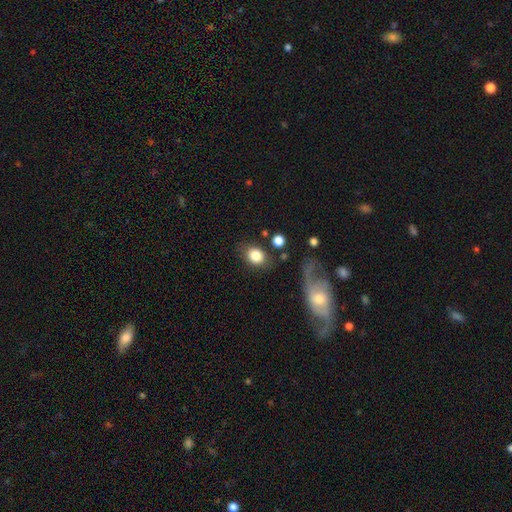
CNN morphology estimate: The model was most divided on "how rounded": in between: 54%, round: 45%, cigar-shaped: 1%. More confident: smooth or featured — smooth (82%); merging — none (71%).